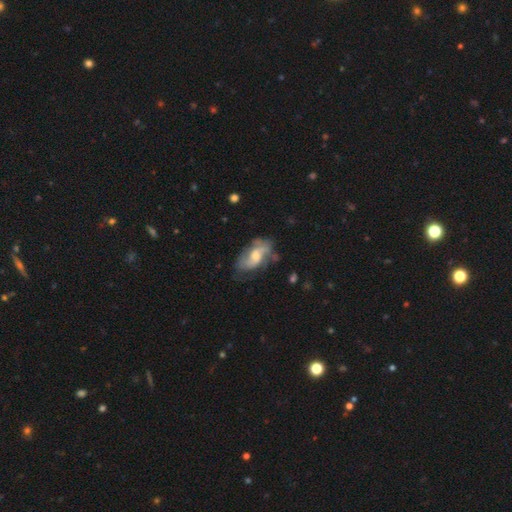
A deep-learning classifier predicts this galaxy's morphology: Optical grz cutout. It shows a featured or disk galaxy (68%) with no bar (55%), 2 (65%) loose (42%) spiral arms (84%) and a moderate central bulge (57%). Merging: none (53%).